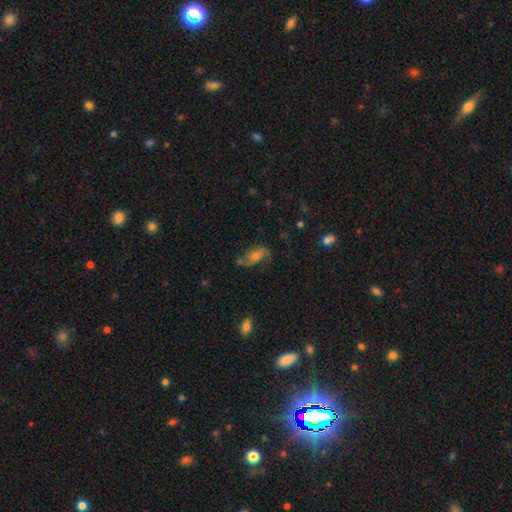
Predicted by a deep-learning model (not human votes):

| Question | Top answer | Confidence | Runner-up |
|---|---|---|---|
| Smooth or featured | featured or disk | 65% | smooth (25%) |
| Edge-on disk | no | 95% | yes (5%) |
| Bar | no | 61% | weak (30%) |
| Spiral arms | yes | 89% | no (11%) |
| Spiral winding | loose | 50% | medium (37%) |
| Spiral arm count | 2 | 82% | 1 (7%) |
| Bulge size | small | 44% | tied: moderate (44%) |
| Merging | none | 60% | minor disturbance (22%) |